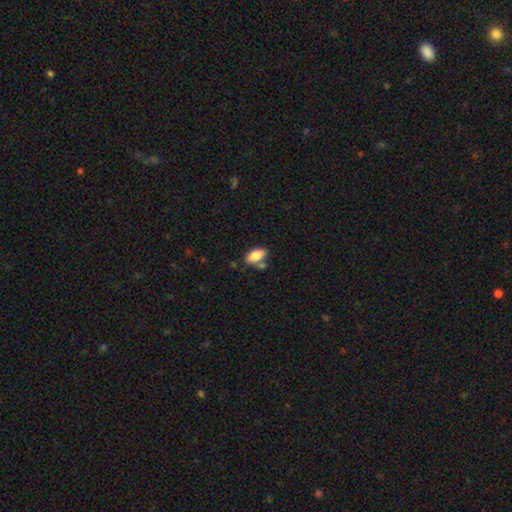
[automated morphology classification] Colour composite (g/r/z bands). It shows a smooth galaxy with no disk features (83%) that is in between round and cigar-shaped (91%). Merging: none (64%).